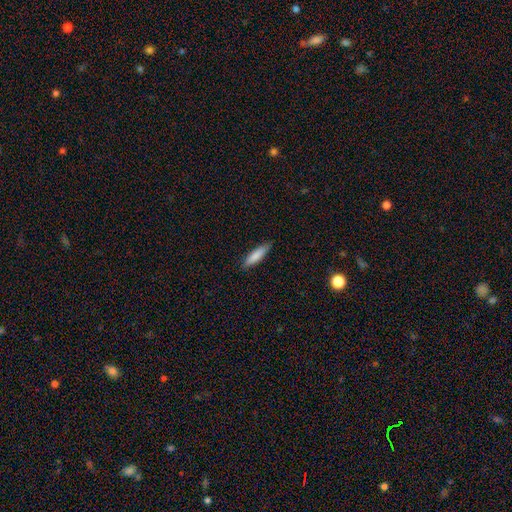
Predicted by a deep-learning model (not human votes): smooth-or-featured: smooth: 83% | featured or disk: 12% | star or artifact: 6%
  how-rounded: cigar-shaped: 74% | in between: 25% | round: 1%
  merging: none: 85% | minor disturbance: 12% | major disturbance: 2% | merger: 1%